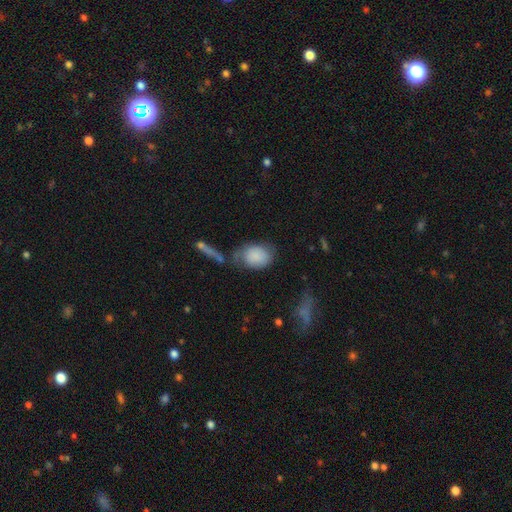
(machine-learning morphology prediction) smooth 82%, featured or disk 11%, star or artifact 7%. Down the decision tree: how rounded — in between (69%); merging — none (44%).